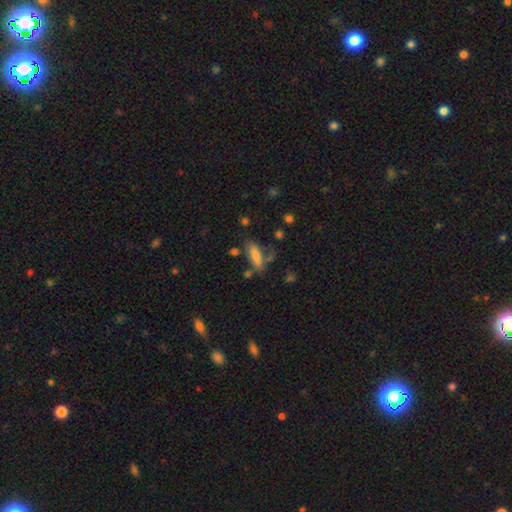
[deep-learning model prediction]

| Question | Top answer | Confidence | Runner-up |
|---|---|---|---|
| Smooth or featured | smooth | 70% | featured or disk (21%) |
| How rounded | cigar-shaped | 49% | in between (48%) |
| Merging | none | 54% | minor disturbance (23%) |